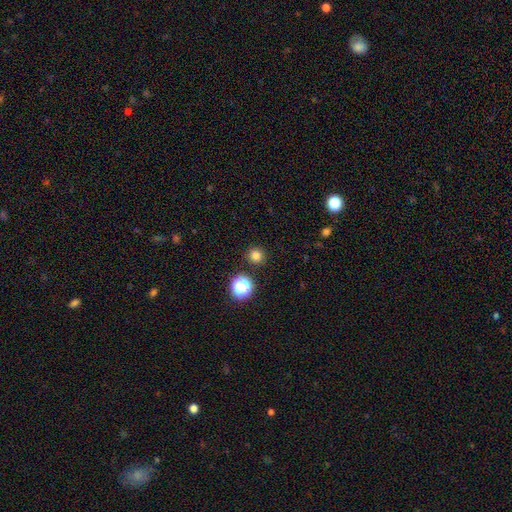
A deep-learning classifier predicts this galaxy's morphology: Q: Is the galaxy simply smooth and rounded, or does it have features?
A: smooth — 79%.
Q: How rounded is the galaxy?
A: round — 95%.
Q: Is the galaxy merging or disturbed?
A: none — 91%.